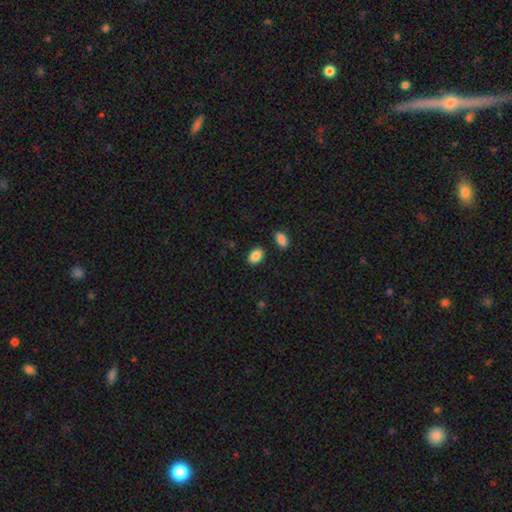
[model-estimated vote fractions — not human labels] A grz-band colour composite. It shows a smooth galaxy with no disk features (87%) that is in between round and cigar-shaped (81%). Merging: none (85%).